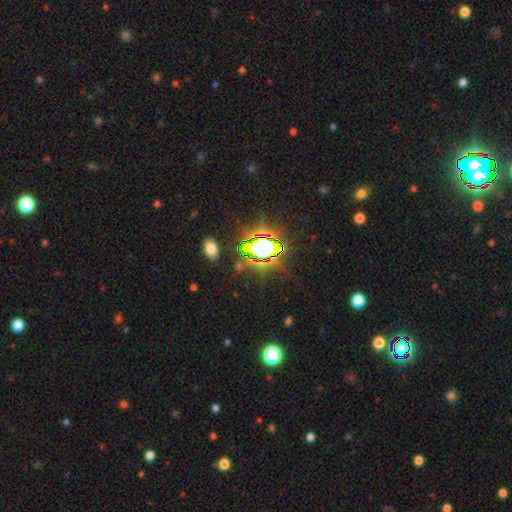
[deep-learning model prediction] This appears to be a star or artifact, not a galaxy (70%).